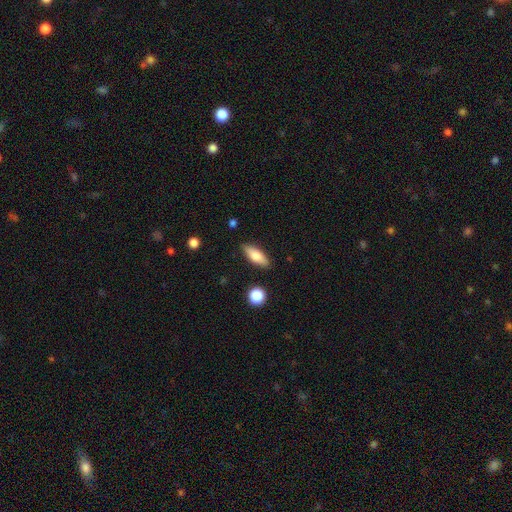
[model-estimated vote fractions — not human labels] The model was most divided on "how rounded": in between: 65%, cigar-shaped: 31%, round: 3%. More confident: merging — none (86%); smooth or featured — smooth (70%).